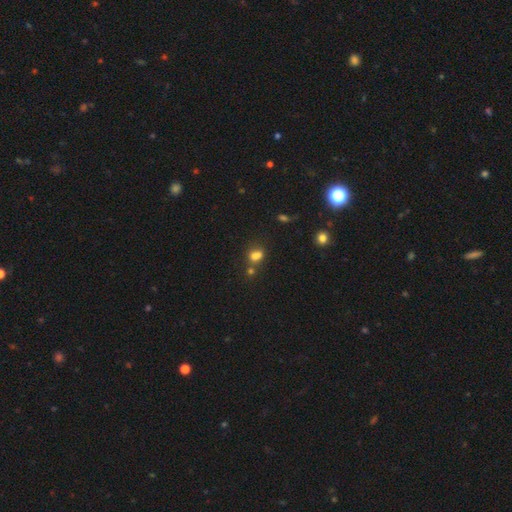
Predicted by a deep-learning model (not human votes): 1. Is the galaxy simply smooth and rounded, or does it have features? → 72% smooth, 17% star or artifact, 11% featured or disk.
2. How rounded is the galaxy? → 54% round, 44% in between, 2% cigar-shaped.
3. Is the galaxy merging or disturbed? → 44% merger, 39% none, 12% minor disturbance, 5% major disturbance.